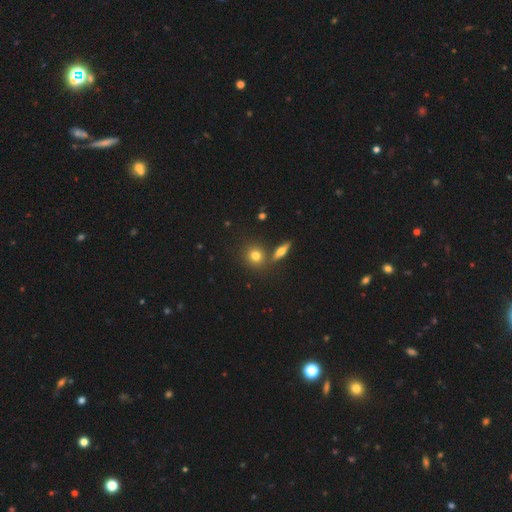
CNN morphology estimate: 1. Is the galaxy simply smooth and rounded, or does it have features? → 75% smooth, 14% featured or disk, 11% star or artifact.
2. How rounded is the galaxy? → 81% round, 16% in between, 3% cigar-shaped.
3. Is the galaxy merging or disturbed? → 73% none, 16% merger, 8% minor disturbance, 3% major disturbance.